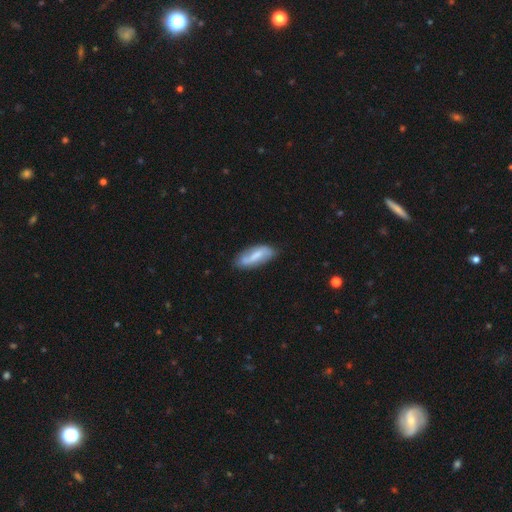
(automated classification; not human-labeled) smooth-or-featured: featured or disk: 50% | smooth: 44% | star or artifact: 6%
  merging: none: 74% | minor disturbance: 19% | major disturbance: 5% | merger: 3%